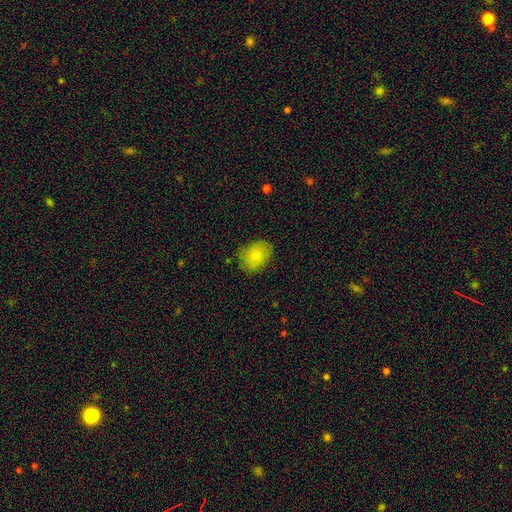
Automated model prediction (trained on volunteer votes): A smooth galaxy with no disk features (79%) that is in between round and cigar-shaped (58%). Merging: none (78%).